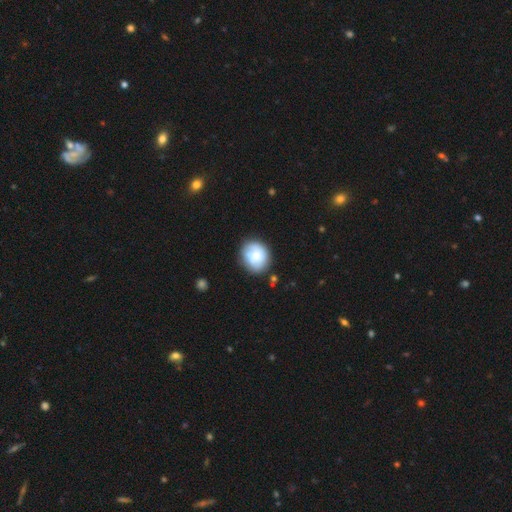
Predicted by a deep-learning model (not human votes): smooth_or_featured: smooth (p=0.70) [alt: featured or disk p=0.23]
how_rounded: round (p=0.65) [alt: in between p=0.34]
merging: none (p=0.71) [alt: minor disturbance p=0.20]